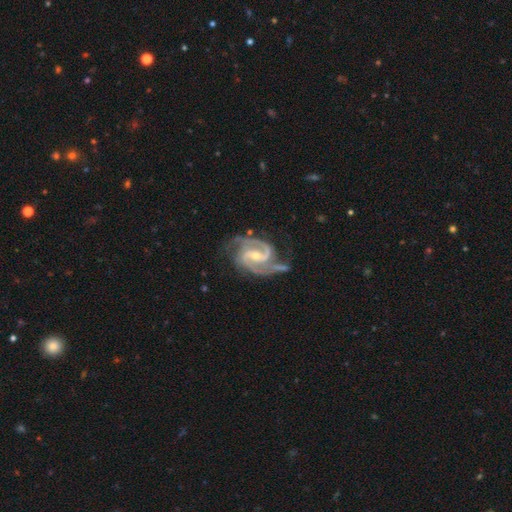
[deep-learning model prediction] smooth-or-featured: featured or disk: 94% | star or artifact: 4% | smooth: 2%
  disk-edge-on: no: 98% | yes: 2%
    bar: weak: 47% | strong: 30% | no: 23%
    has-spiral-arms: yes: 99% | no: 1%
      spiral-winding: medium: 58% | tight: 31% | loose: 11%
      spiral-arm-count: 2: 86% | 3: 7% | can't tell: 2% | 4: 2% | 1: 2% | more than 4: 1%
    bulge-size: small: 57% | moderate: 40% | none: 1% | large: 1% | dominant: 1%
  merging: none: 61% | minor disturbance: 24% | major disturbance: 11% | merger: 4%